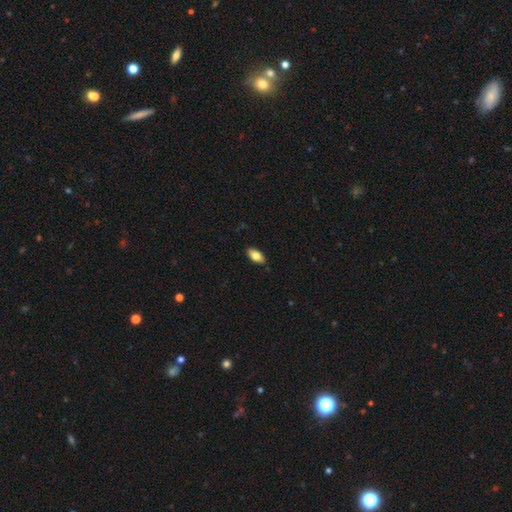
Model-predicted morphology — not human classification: Q: Smooth or featured?
A: smooth (78%); runner-up: featured or disk (15%)
Q: How rounded?
A: in between (91%); runner-up: cigar-shaped (6%)
Q: Merging?
A: none (87%); runner-up: minor disturbance (10%)